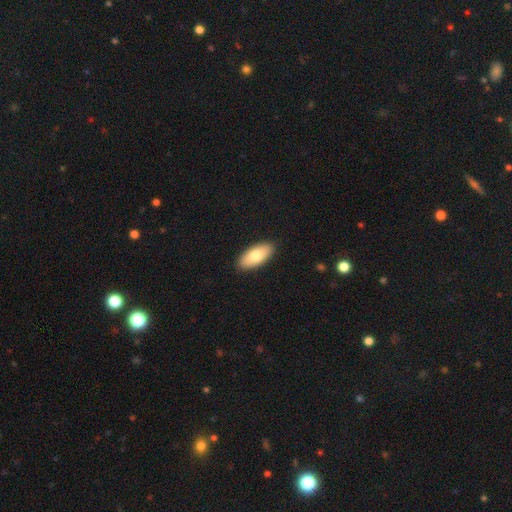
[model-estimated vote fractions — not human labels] smooth_or_featured: smooth (p=0.75) [alt: featured or disk p=0.19]
how_rounded: in between (p=0.88) [alt: cigar-shaped p=0.09]
merging: none (p=0.90) [alt: minor disturbance p=0.08]